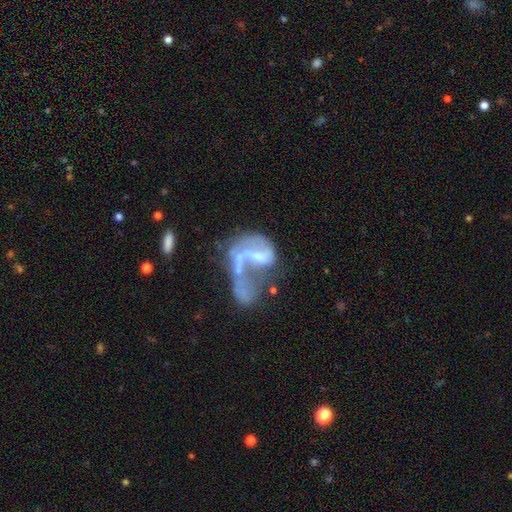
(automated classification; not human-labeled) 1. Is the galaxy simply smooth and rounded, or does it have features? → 75% featured or disk, 16% smooth, 9% star or artifact.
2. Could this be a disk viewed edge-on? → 97% no, 3% yes.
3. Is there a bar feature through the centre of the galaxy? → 40% weak, 38% no, 21% strong.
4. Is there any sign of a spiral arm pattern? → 69% yes, 31% no.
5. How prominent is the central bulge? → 47% small, 26% none, 23% moderate, 3% large, 1% dominant.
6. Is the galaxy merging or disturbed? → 41% major disturbance, 33% merger, 16% none, 10% minor disturbance.